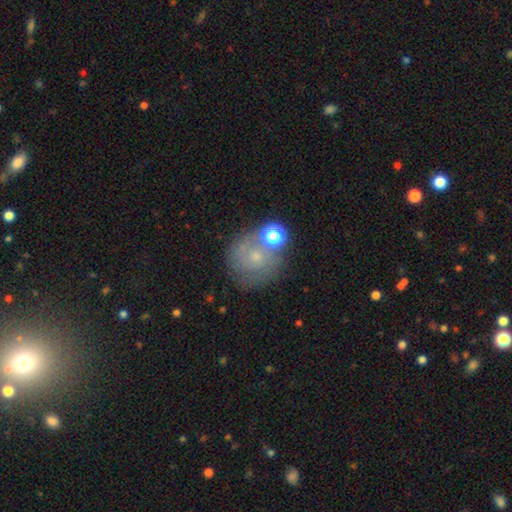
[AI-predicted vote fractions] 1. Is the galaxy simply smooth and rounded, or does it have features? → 48% featured or disk, 38% smooth, 14% star or artifact.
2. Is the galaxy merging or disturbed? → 57% none, 17% minor disturbance, 16% merger, 10% major disturbance.